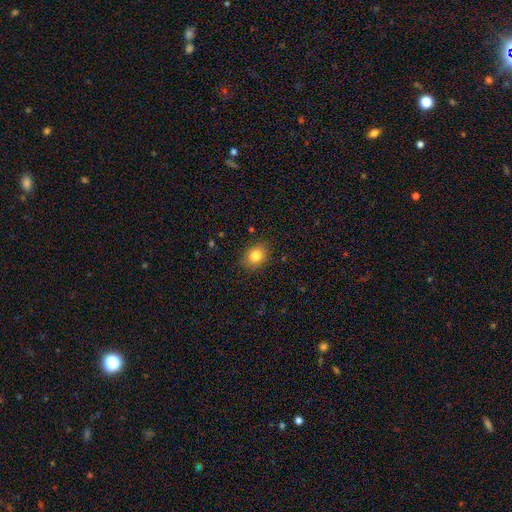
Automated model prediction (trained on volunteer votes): Smooth or featured? smooth (83%)
How rounded? round (52%)
Merging? none (85%)